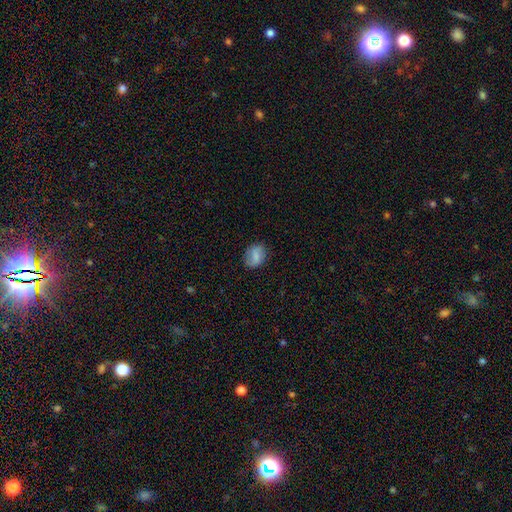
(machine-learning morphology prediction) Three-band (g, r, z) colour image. It shows a smooth galaxy with no disk features (75%) that is in between round and cigar-shaped (58%). Merging: none (79%).